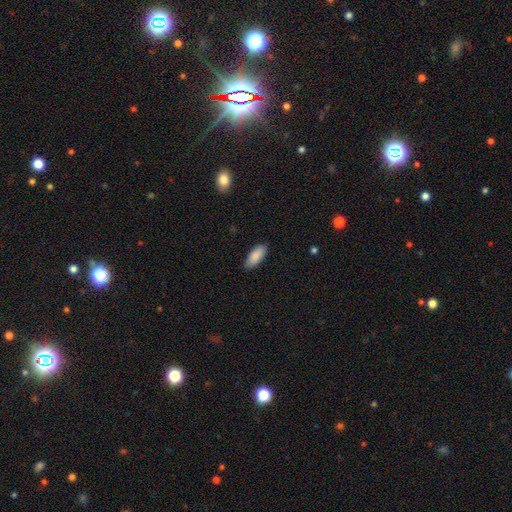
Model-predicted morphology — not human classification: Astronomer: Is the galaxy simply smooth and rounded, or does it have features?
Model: smooth — 88%.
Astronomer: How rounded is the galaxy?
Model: in between — 83%.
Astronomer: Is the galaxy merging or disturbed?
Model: none — 84%.